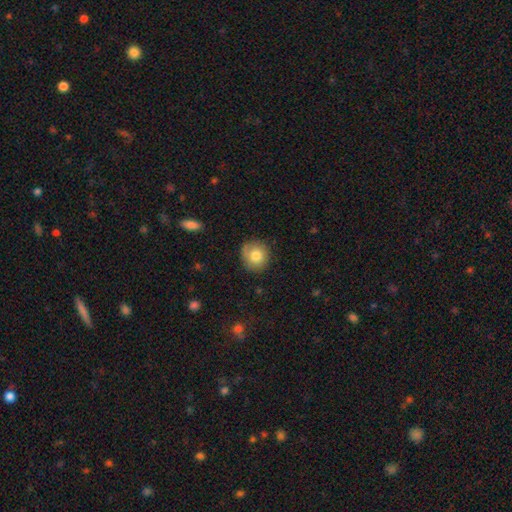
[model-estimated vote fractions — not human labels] Overall: smooth (79%). How rounded: round (89%). Merging: none (80%).